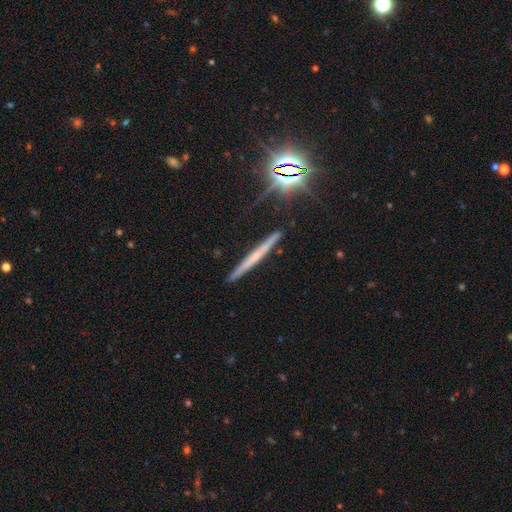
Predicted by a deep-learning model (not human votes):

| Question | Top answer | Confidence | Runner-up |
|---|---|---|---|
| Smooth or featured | featured or disk | 50% | smooth (32%) |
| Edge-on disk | yes | 96% | no (4%) |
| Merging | none | 89% | minor disturbance (8%) |